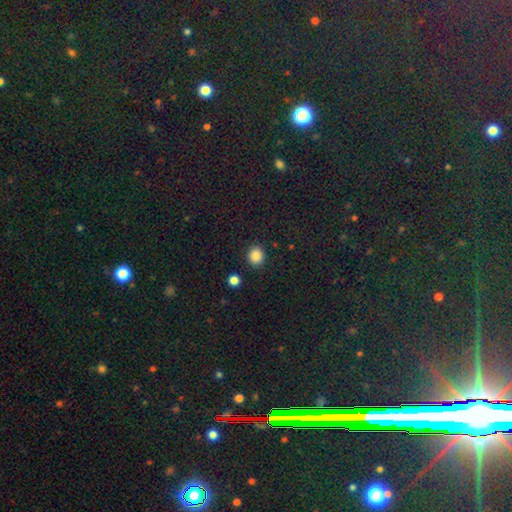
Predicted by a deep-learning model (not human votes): smooth 87%, star or artifact 10%, featured or disk 3%. Down the decision tree: how rounded — round (78%); merging — none (89%).